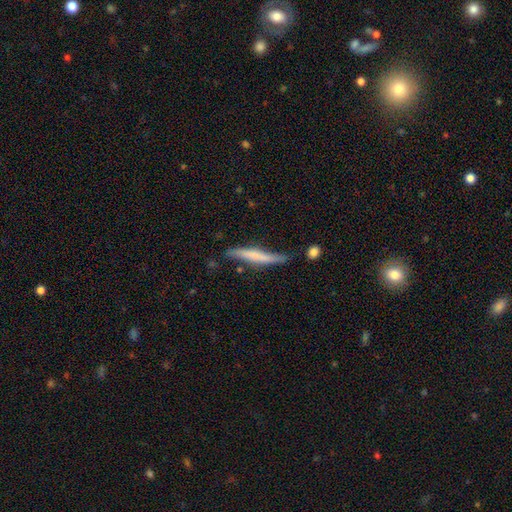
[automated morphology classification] smooth_or_featured: smooth (p=0.54) [alt: featured or disk p=0.40]
how_rounded: cigar-shaped (p=0.93) [alt: in between p=0.05]
merging: none (p=0.63) [alt: minor disturbance p=0.26]